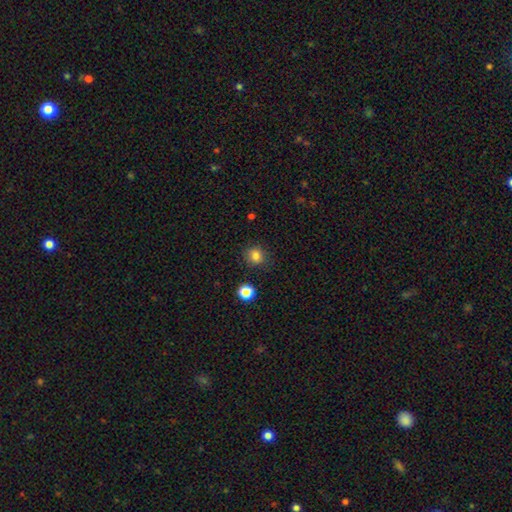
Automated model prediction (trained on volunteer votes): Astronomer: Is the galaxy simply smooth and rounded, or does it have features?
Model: smooth — 82%.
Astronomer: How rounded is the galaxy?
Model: round — 83%.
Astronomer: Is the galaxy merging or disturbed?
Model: none — 86%.